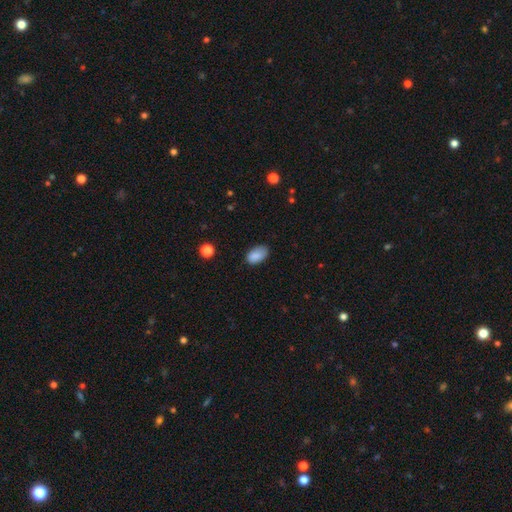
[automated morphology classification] A smooth galaxy with no disk features (87%) that is in between round and cigar-shaped (92%).

Vote fractions:
- Smooth or featured? smooth: 87% / star or artifact: 8% / featured or disk: 5%
- How rounded? in between: 92% / round: 7% / cigar-shaped: 1%
- Merging? none: 75% / minor disturbance: 20% / major disturbance: 4% / merger: 1%